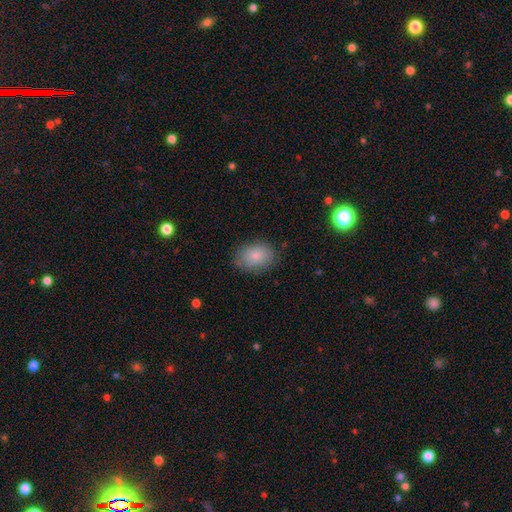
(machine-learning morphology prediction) A smooth galaxy with no disk features (85%) that is in between round and cigar-shaped (76%).

Vote fractions:
- Smooth or featured? smooth: 85% / featured or disk: 8% / star or artifact: 7%
- How rounded? in between: 76% / round: 23% / cigar-shaped: 1%
- Merging? none: 80% / minor disturbance: 15% / major disturbance: 4% / merger: 1%